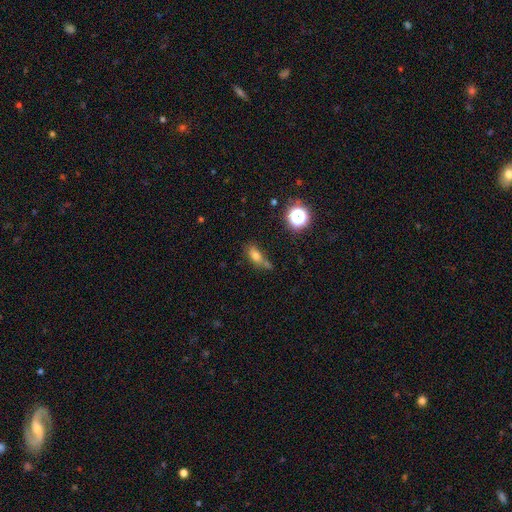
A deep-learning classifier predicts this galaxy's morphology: Overall: smooth (69%). How rounded: in between (73%). Merging: none (50%; merger 21%).